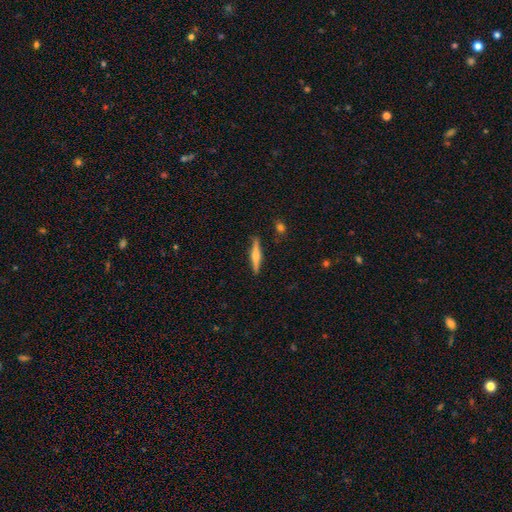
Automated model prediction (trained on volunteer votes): The model was most divided on "smooth or featured": featured or disk: 53%, smooth: 41%, star or artifact: 6%. More confident: edge-on disk — yes (97%); merging — none (89%); edge-on bulge — rounded (79%).